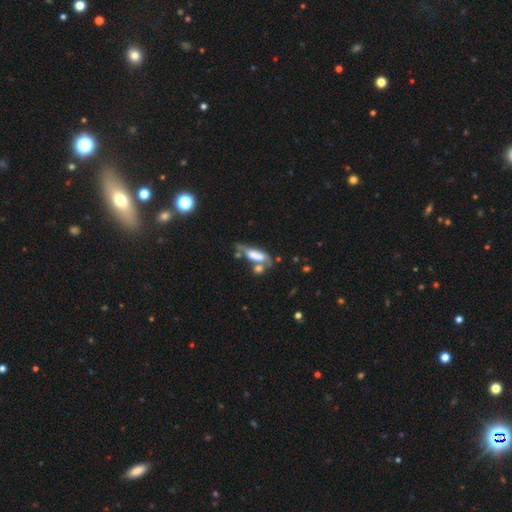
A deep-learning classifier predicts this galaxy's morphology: Smooth or featured: smooth — 55% (featured or disk — 36%)
How rounded: in between — 60% (cigar-shaped — 37%)
Merging: merger — 37% (none — 27%)